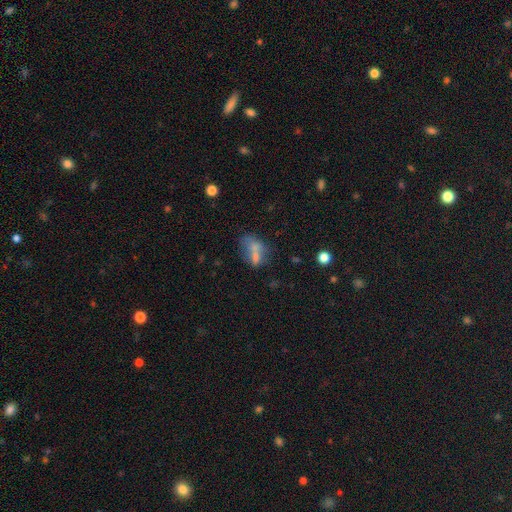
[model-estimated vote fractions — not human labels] Smooth or featured? Predicted: smooth (p=0.53). How rounded? Predicted: in between (p=0.68). Merging? Predicted: merger (p=0.39).